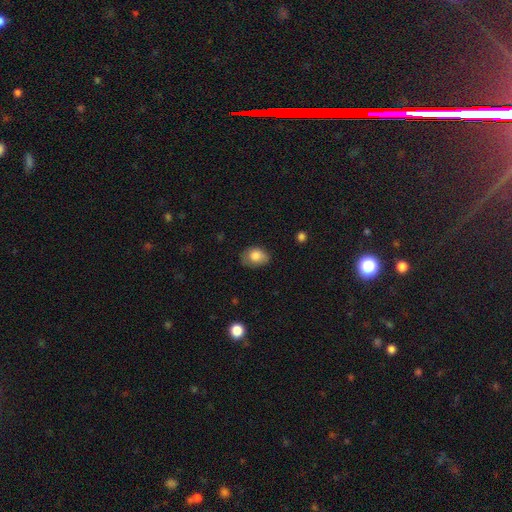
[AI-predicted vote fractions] smooth-or-featured: smooth: 82% | featured or disk: 10% | star or artifact: 8%
  how-rounded: in between: 71% | round: 28% | cigar-shaped: 1%
  merging: none: 63% | minor disturbance: 28% | major disturbance: 7% | merger: 1%